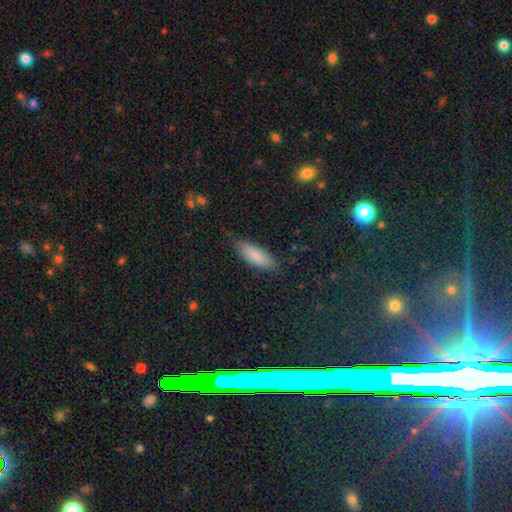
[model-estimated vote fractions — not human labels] Smooth or featured: smooth — 83% (featured or disk — 10%)
How rounded: in between — 65% (cigar-shaped — 33%)
Merging: none — 83% (minor disturbance — 13%)